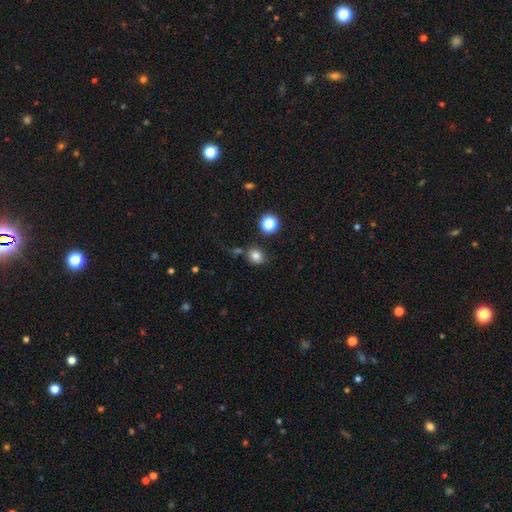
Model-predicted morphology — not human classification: smooth 80%, star or artifact 14%, featured or disk 6%. Down the decision tree: how rounded — round (70%); merging — none (75%).